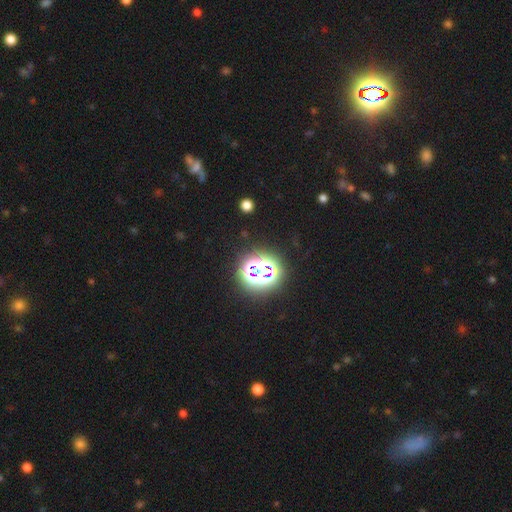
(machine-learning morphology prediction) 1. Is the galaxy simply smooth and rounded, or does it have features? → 74% star or artifact, 19% smooth, 6% featured or disk.